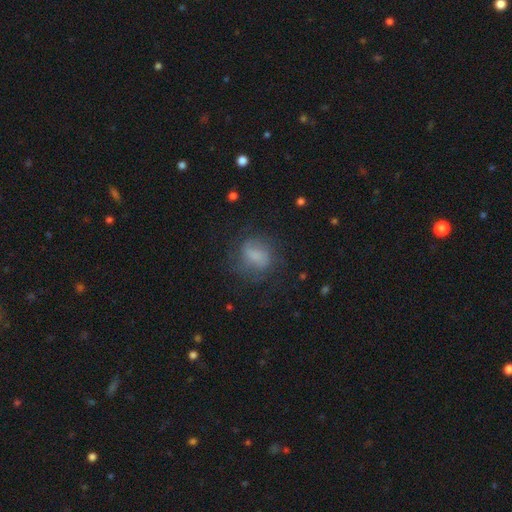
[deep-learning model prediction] A smooth galaxy with no disk features (58%) that is in between round and cigar-shaped (51%). Merging: none (57%).